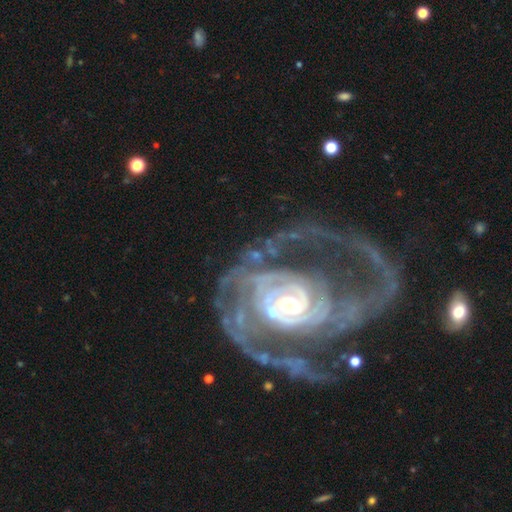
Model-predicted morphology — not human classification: This appears to be a featured or disk galaxy (91%) with no bar (52%), 2 (34%) tight (67%) spiral arms (96%) and a small central bulge (49%). Merging: none (36%).